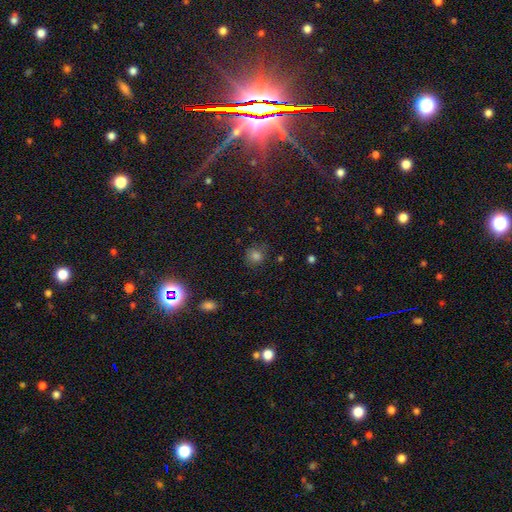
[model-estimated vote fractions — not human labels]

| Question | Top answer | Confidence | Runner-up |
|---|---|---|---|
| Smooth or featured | smooth | 78% | star or artifact (16%) |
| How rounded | round | 82% | in between (17%) |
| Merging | none | 75% | minor disturbance (17%) |